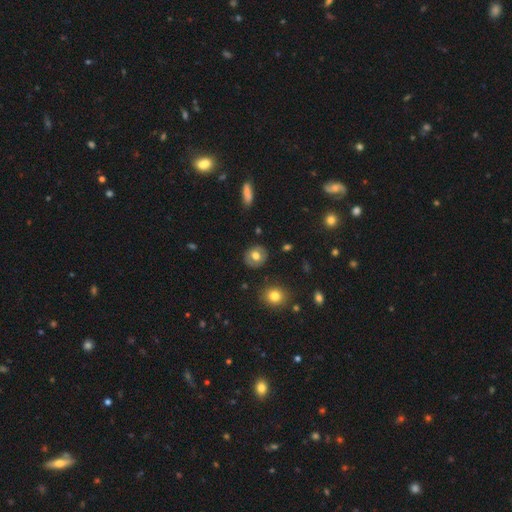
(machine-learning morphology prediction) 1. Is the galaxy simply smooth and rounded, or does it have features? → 64% smooth, 28% featured or disk, 8% star or artifact.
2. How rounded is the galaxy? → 81% round, 18% in between, 1% cigar-shaped.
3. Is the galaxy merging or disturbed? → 87% none, 9% minor disturbance, 3% major disturbance, 2% merger.